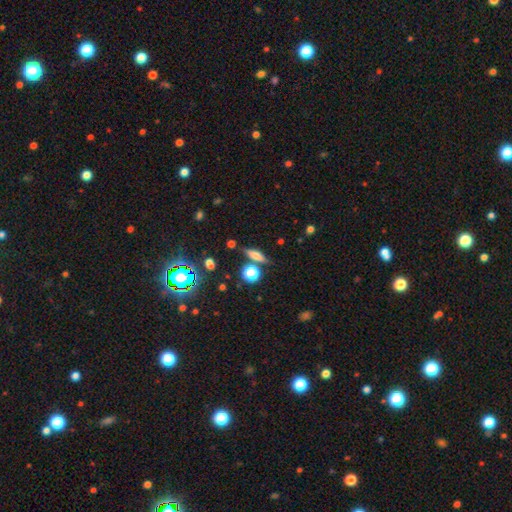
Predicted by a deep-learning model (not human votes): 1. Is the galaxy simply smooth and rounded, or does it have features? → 54% smooth, 29% featured or disk, 17% star or artifact.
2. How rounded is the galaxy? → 54% cigar-shaped, 37% in between, 10% round.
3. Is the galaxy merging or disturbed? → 75% none, 12% minor disturbance, 9% merger, 4% major disturbance.